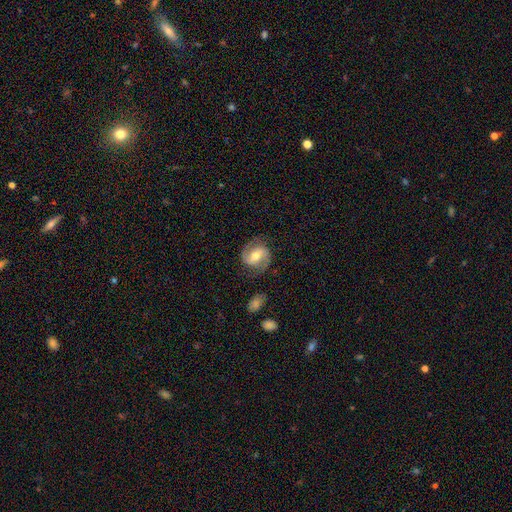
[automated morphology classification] A featured or disk galaxy (77%) with a weak bar (42%), 2 (91%) medium (52%) spiral arms (93%) and a moderate central bulge (69%). Merging: none (79%).